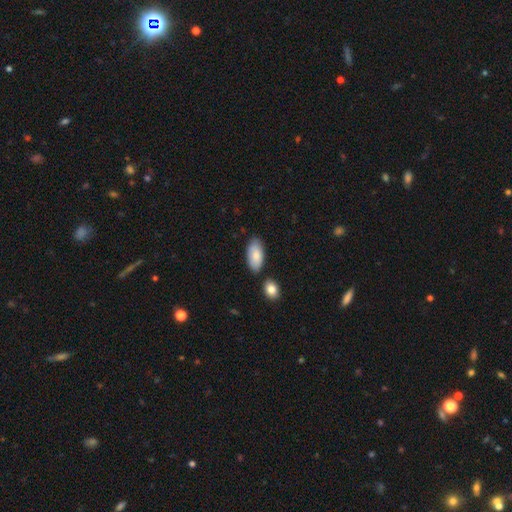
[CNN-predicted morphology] This is clearly a smooth galaxy (84%). How rounded: clearly in between (93%). Merging: likely none (76%).